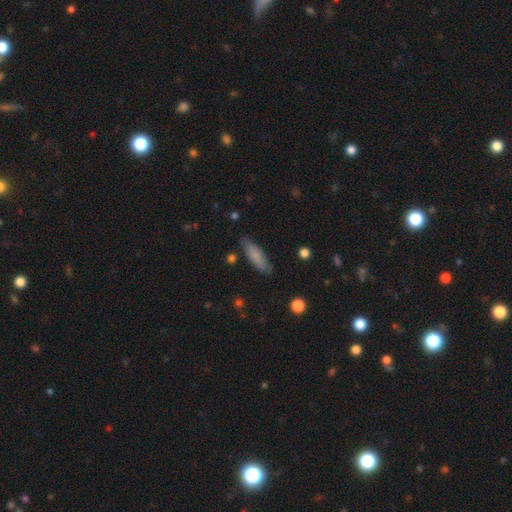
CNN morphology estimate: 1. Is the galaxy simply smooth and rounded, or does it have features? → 80% smooth, 13% featured or disk, 6% star or artifact.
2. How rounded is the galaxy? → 56% cigar-shaped, 42% in between, 2% round.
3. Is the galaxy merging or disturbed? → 80% none, 15% minor disturbance, 3% major disturbance, 2% merger.